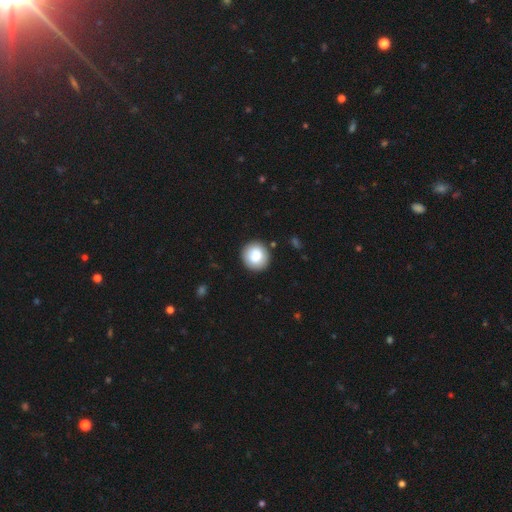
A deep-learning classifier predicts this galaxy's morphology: This is clearly a smooth galaxy (83%). How rounded: clearly round (92%). Merging: clearly none (90%).